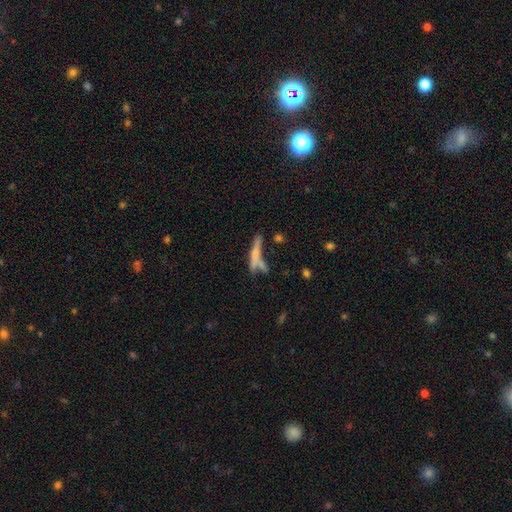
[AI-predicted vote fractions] A smooth galaxy with no disk features (53%) that is cigar-shaped (89%).

Vote fractions:
- Smooth or featured? smooth: 53% / featured or disk: 37% / star or artifact: 10%
- How rounded? cigar-shaped: 89% / in between: 8% / round: 3%
- Merging? none: 52% / merger: 25% / minor disturbance: 15% / major disturbance: 8%